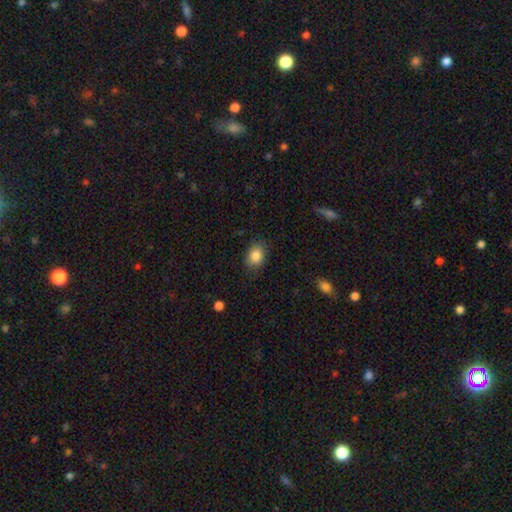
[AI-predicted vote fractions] smooth_or_featured: smooth (p=0.86) [alt: star or artifact p=0.08]
how_rounded: in between (p=0.65) [alt: round p=0.34]
merging: none (p=0.81) [alt: minor disturbance p=0.14]